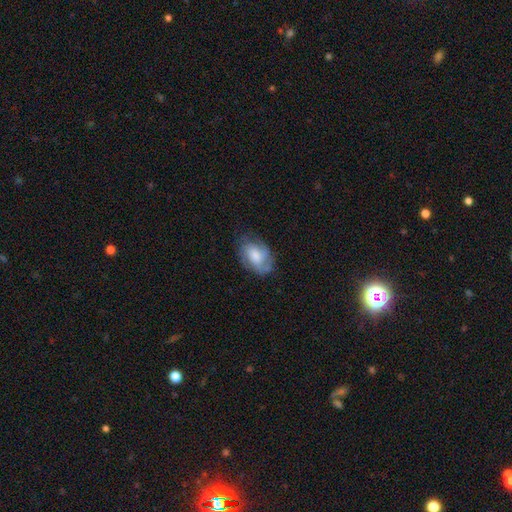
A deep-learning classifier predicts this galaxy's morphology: smooth-or-featured: featured or disk: 54% | smooth: 39% | star or artifact: 7%
  disk-edge-on: no: 96% | yes: 4%
    bar: no: 62% | weak: 32% | strong: 6%
    has-spiral-arms: yes: 81% | no: 19%
    bulge-size: moderate: 45% | small: 24% | large: 21% | none: 8% | dominant: 2%
  merging: none: 64% | minor disturbance: 24% | major disturbance: 10% | merger: 2%